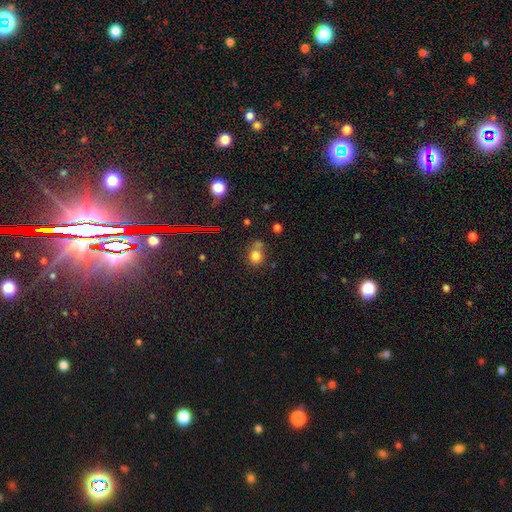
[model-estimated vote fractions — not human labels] The model was most divided on "merging": none: 53%, merger: 27%, minor disturbance: 14%, major disturbance: 5%. More confident: smooth or featured — smooth (76%); how rounded — round (75%).